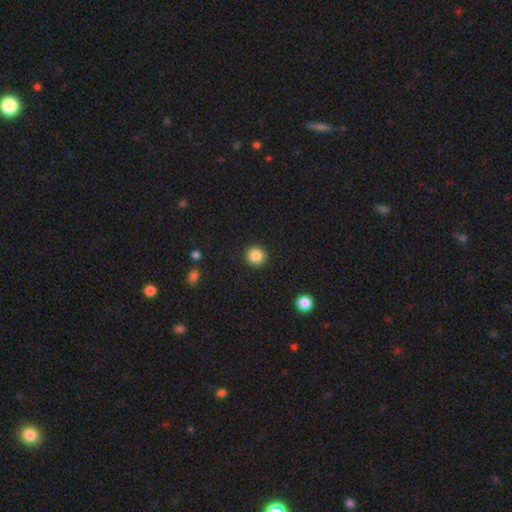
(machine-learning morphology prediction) Smooth or featured: smooth — 87% (star or artifact — 9%)
How rounded: round — 93% (in between — 7%)
Merging: none — 92% (minor disturbance — 5%)